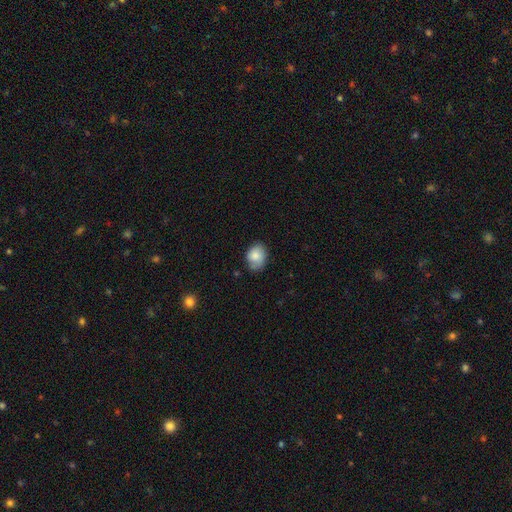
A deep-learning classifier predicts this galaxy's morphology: type=smooth (76%); roundness=in between (61%); merging=none (65%).